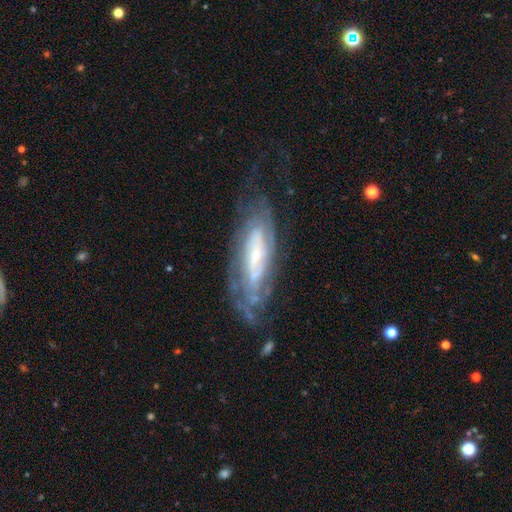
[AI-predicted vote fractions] smooth_or_featured: featured or disk (p=0.79) [alt: smooth p=0.14]
disk_edge_on: no (p=0.82) [alt: yes p=0.18]
bar: no (p=0.51) [alt: weak p=0.32]
has_spiral_arms: yes (p=0.87) [alt: no p=0.13]
spiral_winding: tight (p=0.64) [alt: medium p=0.27]
spiral_arm_count: can't tell (p=0.56) [alt: 2 p=0.20]
bulge_size: small (p=0.65) [alt: moderate p=0.26]
merging: none (p=0.63) [alt: minor disturbance p=0.21]